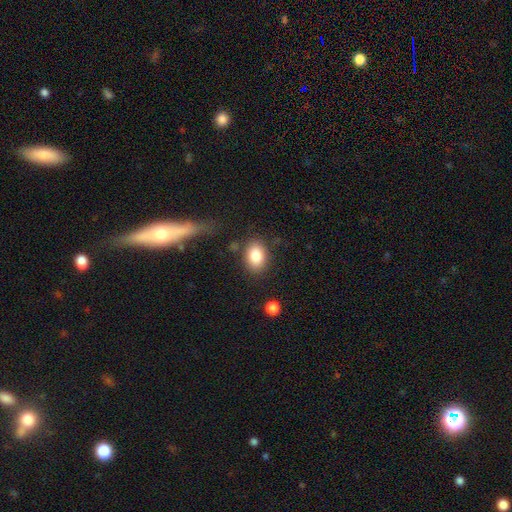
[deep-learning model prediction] Smooth or featured?
  - smooth: 85% *
  - star or artifact: 8%
  - featured or disk: 8%
How rounded?
  - in between: 78% *
  - round: 21%
  - cigar-shaped: 1%
Merging?
  - none: 80% *
  - minor disturbance: 12%
  - major disturbance: 4%
  - merger: 4%